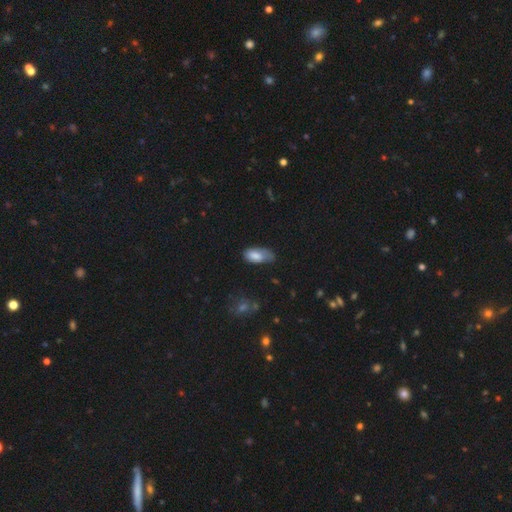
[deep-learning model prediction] Smooth or featured? Predicted: smooth (p=0.77). How rounded? Predicted: in between (p=0.90). Merging? Predicted: none (p=0.45).